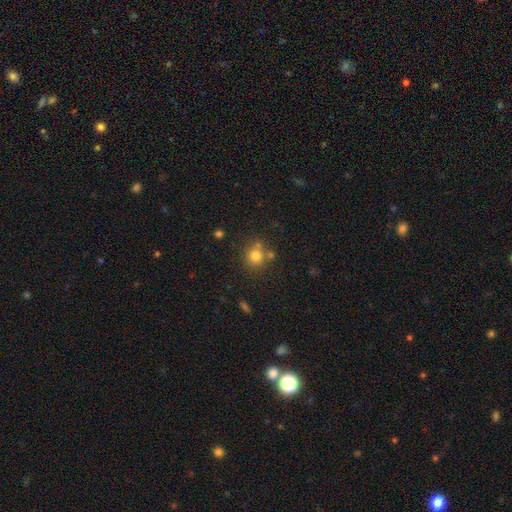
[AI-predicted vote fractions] Smooth or featured: smooth — 79% (star or artifact — 13%)
How rounded: round — 86% (in between — 13%)
Merging: none — 68% (merger — 16%)